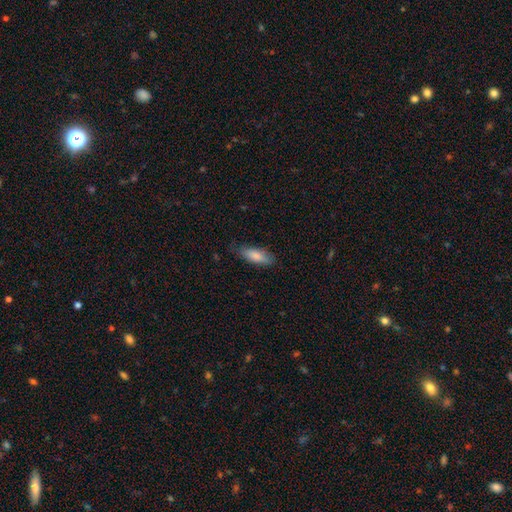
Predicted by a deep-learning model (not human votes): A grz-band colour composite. It shows a smooth galaxy with no disk features (81%) that is in between round and cigar-shaped (60%). Merging: none (77%).